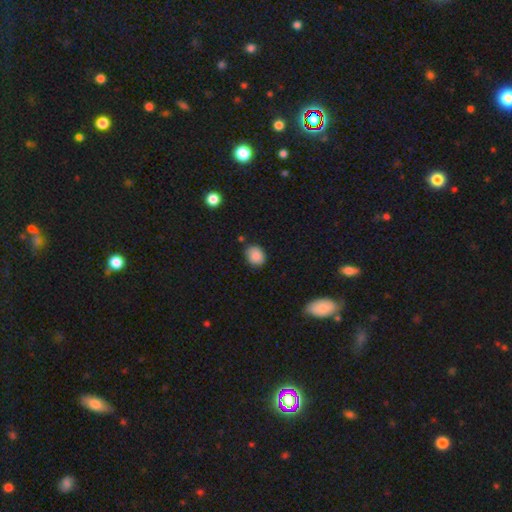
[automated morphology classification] Smooth or featured: smooth — 86% (star or artifact — 9%)
How rounded: round — 64% (in between — 35%)
Merging: none — 74% (minor disturbance — 20%)